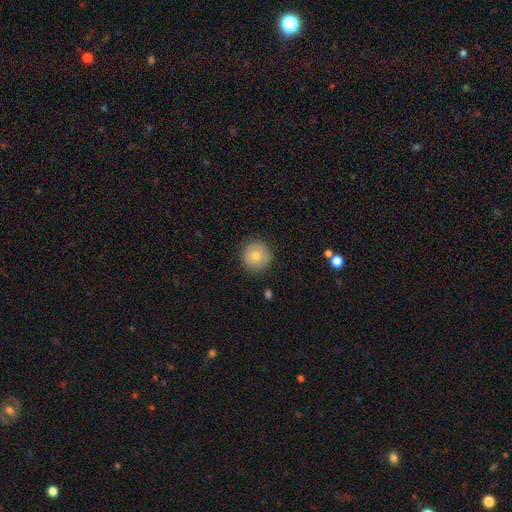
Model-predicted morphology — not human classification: smooth_or_featured: smooth (p=0.76) [alt: featured or disk p=0.15]
how_rounded: round (p=0.94) [alt: in between p=0.05]
merging: none (p=0.86) [alt: minor disturbance p=0.10]